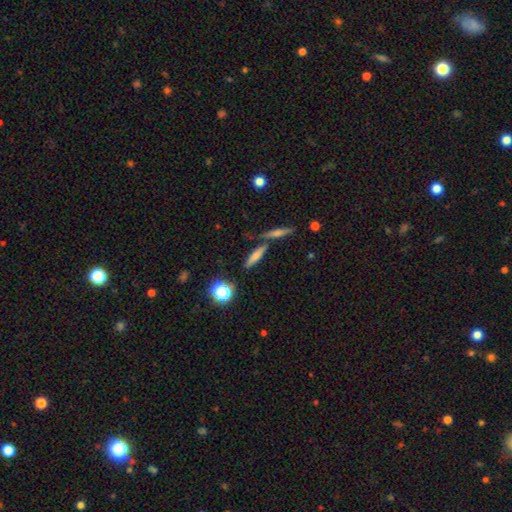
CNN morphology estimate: A smooth galaxy with no disk features (55%) that is cigar-shaped (71%).

Vote fractions:
- Smooth or featured? smooth: 55% / featured or disk: 31% / star or artifact: 14%
- How rounded? cigar-shaped: 71% / in between: 23% / round: 6%
- Merging? none: 70% / merger: 17% / minor disturbance: 10% / major disturbance: 3%